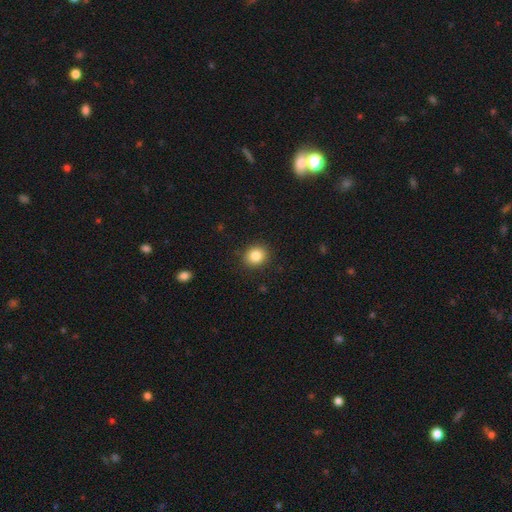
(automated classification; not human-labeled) The model was most divided on "how rounded": round: 74%, in between: 25%, cigar-shaped: 1%. More confident: merging — none (90%); smooth or featured — smooth (85%).